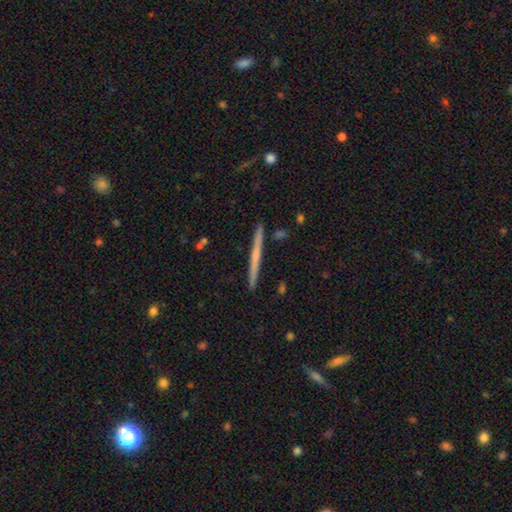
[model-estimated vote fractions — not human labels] featured or disk 58%, smooth 36%, star or artifact 6%. Down the decision tree: edge-on disk — yes (98%); edge-on bulge — none (63%); merging — none (92%).